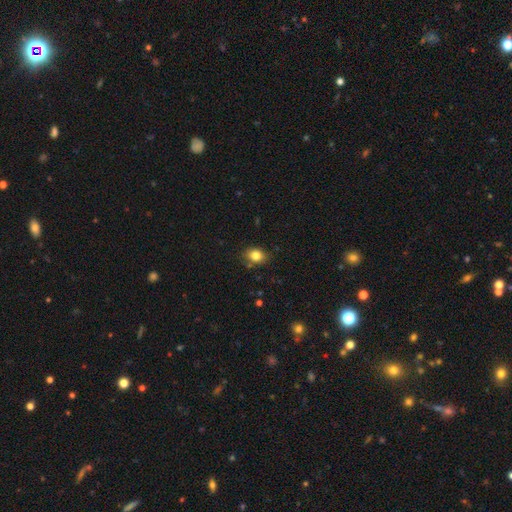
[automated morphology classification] smooth_or_featured: smooth (p=0.82) [alt: star or artifact p=0.11]
how_rounded: in between (p=0.53) [alt: round p=0.46]
merging: none (p=0.79) [alt: minor disturbance p=0.15]